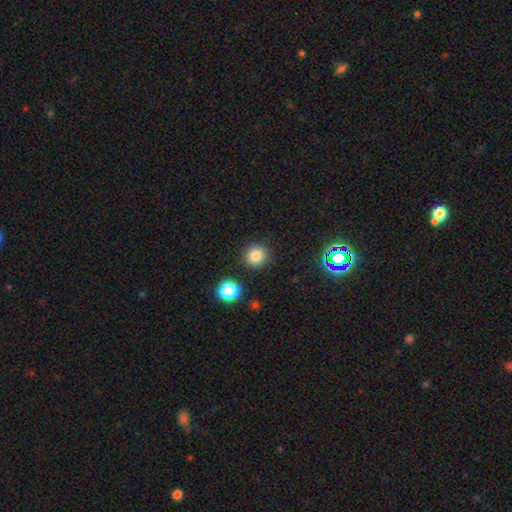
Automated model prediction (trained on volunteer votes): Smooth or featured?
  - smooth: 80% *
  - star or artifact: 14%
  - featured or disk: 6%
How rounded?
  - round: 93% *
  - in between: 6%
  - cigar-shaped: 1%
Merging?
  - none: 89% *
  - minor disturbance: 6%
  - major disturbance: 2%
  - merger: 2%